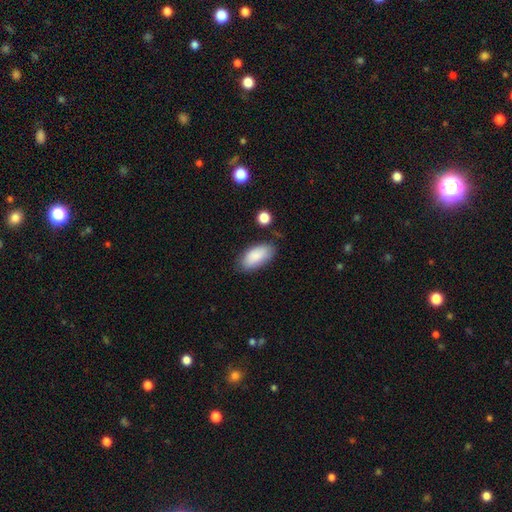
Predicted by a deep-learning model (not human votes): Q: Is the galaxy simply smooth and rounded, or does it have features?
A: smooth — 87%.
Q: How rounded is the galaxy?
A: in between — 92%.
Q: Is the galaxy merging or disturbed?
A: none — 75%.